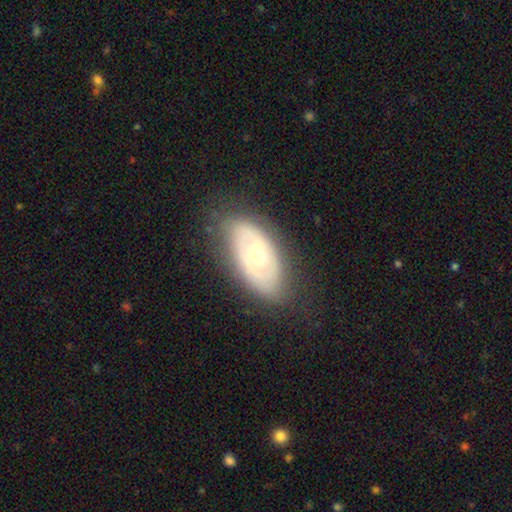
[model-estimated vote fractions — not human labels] featured or disk 67%, smooth 27%, star or artifact 6%. Down the decision tree: edge-on disk — no (91%); bar — no (73%); spiral arms — no (53%); bulge size — moderate (59%); merging — none (78%).